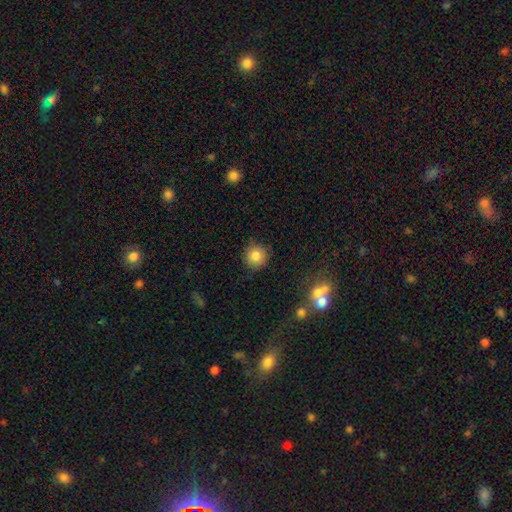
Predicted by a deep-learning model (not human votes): Smooth or featured? Predicted: smooth (p=0.81). How rounded? Predicted: round (p=0.93). Merging? Predicted: none (p=0.85).